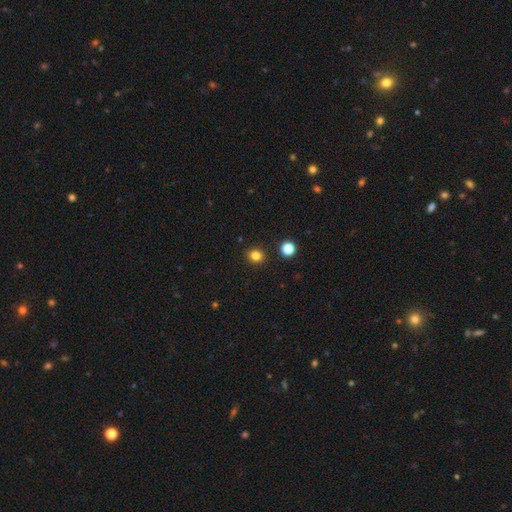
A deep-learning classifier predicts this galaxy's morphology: Smooth or featured? Predicted: smooth (p=0.81). How rounded? Predicted: round (p=0.73). Merging? Predicted: none (p=0.90).